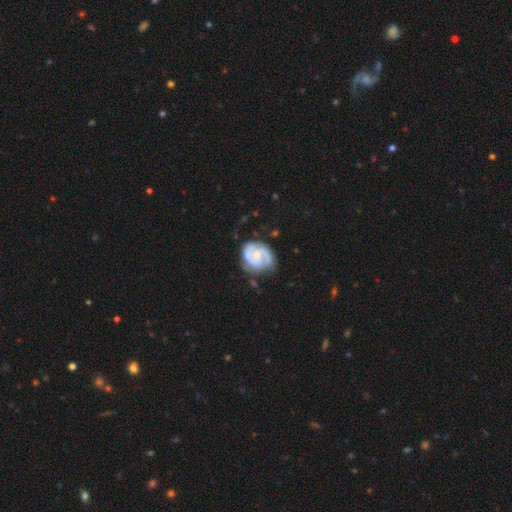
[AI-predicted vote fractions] This is clearly a featured or disk galaxy (82%). It is clearly not viewed edge-on (98%). Bar: likely no (63%). Spiral arm pattern: clearly yes (94%). Spiral arm count: likely 2 (69%). Spiral winding: possibly tight (48%). Central bulge: possibly moderate (47%, tied with small). Merging: likely none (64%).